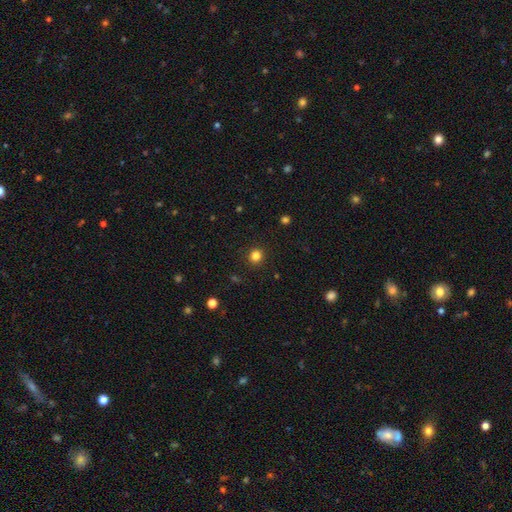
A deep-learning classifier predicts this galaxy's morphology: A smooth galaxy with no disk features (83%) that is round (92%). Merging: none (92%).